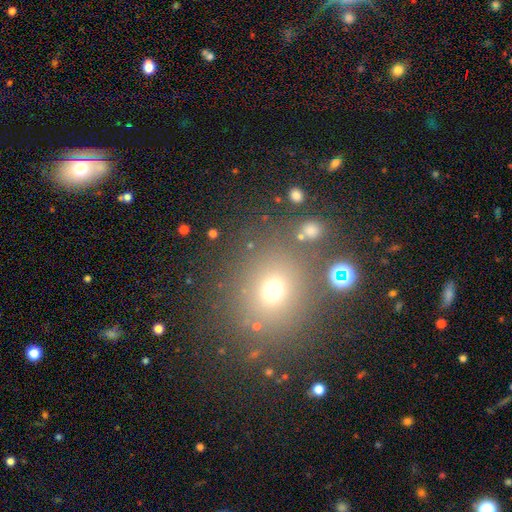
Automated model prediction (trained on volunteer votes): Smooth or featured?
  - smooth: 58% *
  - star or artifact: 30%
  - featured or disk: 12%
How rounded?
  - round: 79% *
  - in between: 20%
  - cigar-shaped: 1%
Merging?
  - none: 79% *
  - minor disturbance: 9%
  - merger: 7%
  - major disturbance: 4%